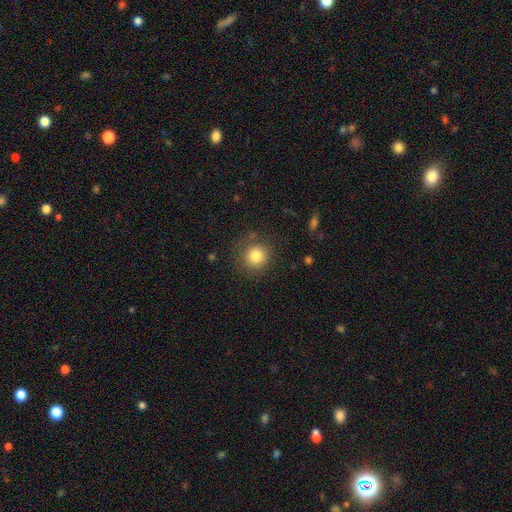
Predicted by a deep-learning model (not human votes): Q: Smooth or featured?
A: smooth (82%); runner-up: star or artifact (12%)
Q: How rounded?
A: round (92%); runner-up: in between (7%)
Q: Merging?
A: none (84%); runner-up: minor disturbance (10%)